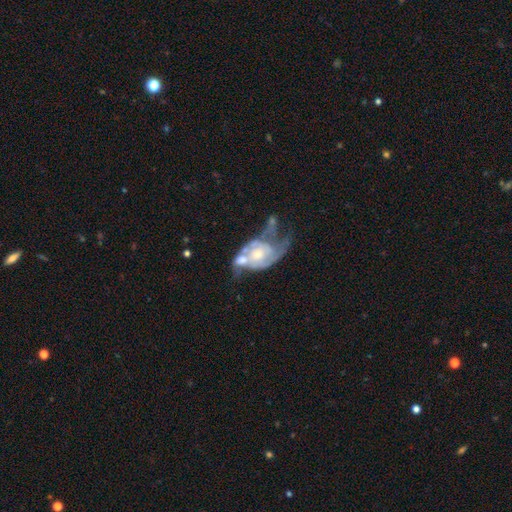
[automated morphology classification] Smooth or featured? Predicted: featured or disk (p=0.78). Edge-on disk? Predicted: no (p=0.96). Bar? Predicted: no (p=0.69). Spiral arms? Predicted: yes (p=0.80). Spiral winding? Predicted: medium (p=0.38). Spiral arm count? Predicted: 2 (p=0.50). Bulge size? Predicted: moderate (p=0.53). Merging? Predicted: merger (p=0.43).